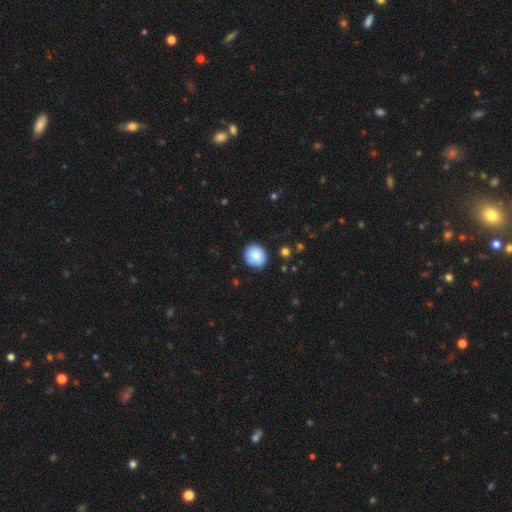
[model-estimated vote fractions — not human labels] Smooth or featured?
  - smooth: 87% *
  - star or artifact: 7%
  - featured or disk: 6%
How rounded?
  - round: 84% *
  - in between: 15%
  - cigar-shaped: 1%
Merging?
  - none: 87% *
  - minor disturbance: 10%
  - major disturbance: 2%
  - merger: 1%